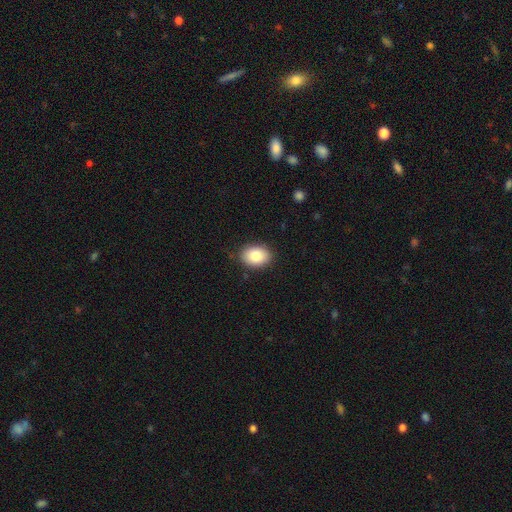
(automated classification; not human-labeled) Smooth or featured: smooth — 86% (featured or disk — 7%)
How rounded: in between — 75% (round — 24%)
Merging: none — 85% (minor disturbance — 11%)